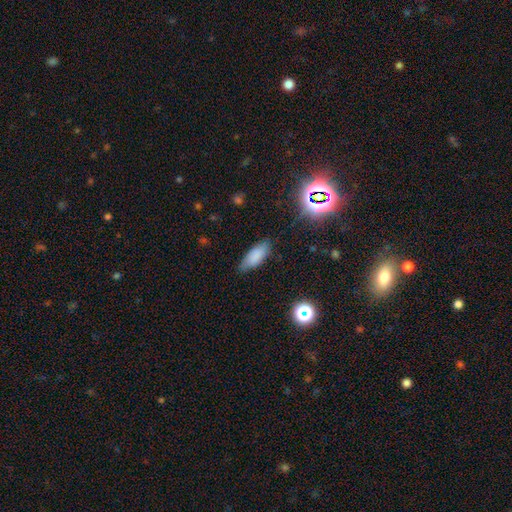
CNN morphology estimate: This appears to be a smooth galaxy with no disk features (82%) that is in between round and cigar-shaped (78%). Merging: none (78%).